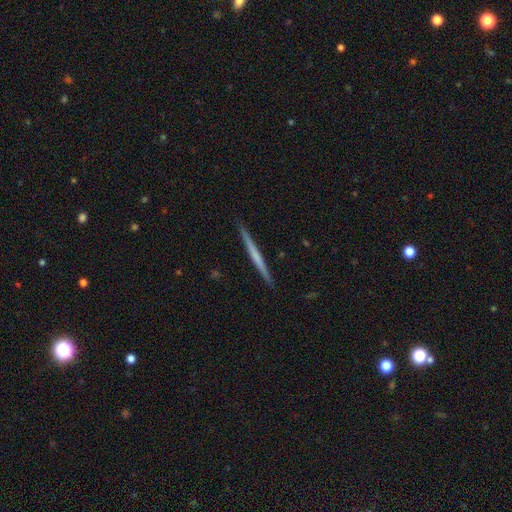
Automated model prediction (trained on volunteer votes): This appears to be a featured or disk galaxy (52%) viewed edge-on (98%) with no central bulge (83%). Merging: none (92%).